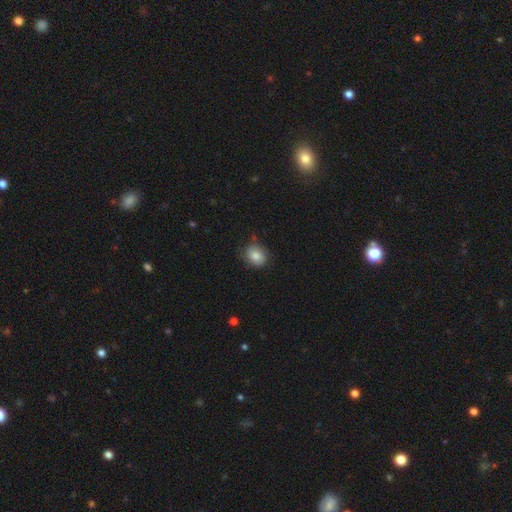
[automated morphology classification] Overall: smooth (80%). How rounded: round (65%; in between 34%). Merging: none (73%).